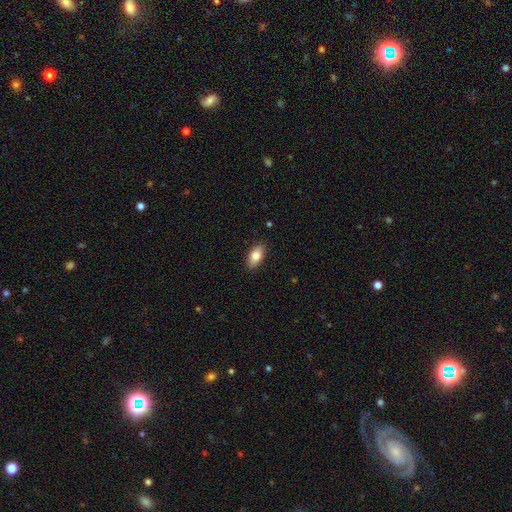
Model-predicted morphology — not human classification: Smooth or featured? smooth (80%)
How rounded? in between (89%)
Merging? none (87%)